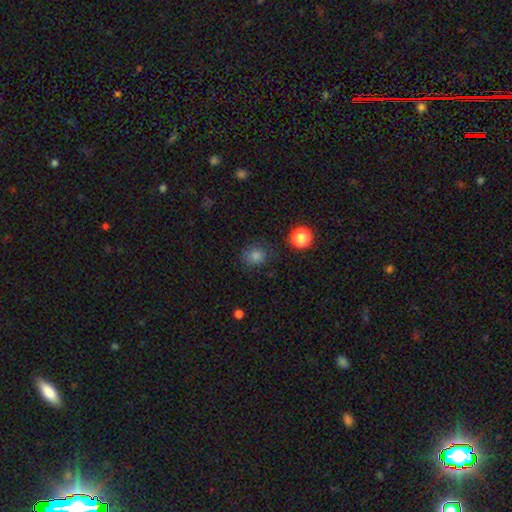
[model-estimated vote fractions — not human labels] smooth-or-featured: smooth: 78% | star or artifact: 17% | featured or disk: 5%
  how-rounded: round: 77% | in between: 22% | cigar-shaped: 1%
  merging: none: 81% | minor disturbance: 13% | major disturbance: 4% | merger: 2%